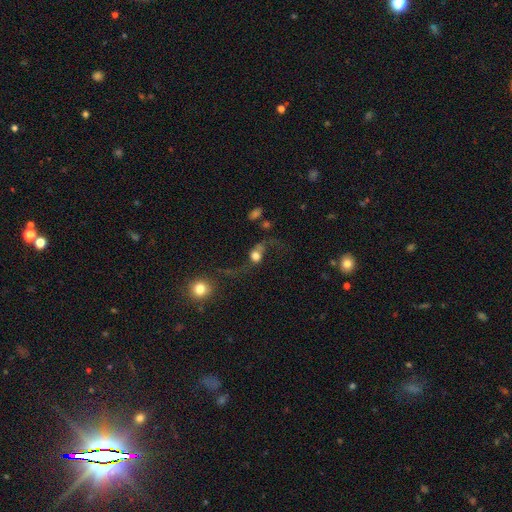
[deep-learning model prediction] Smooth or featured? featured or disk (49%)
Merging? major disturbance (40%)